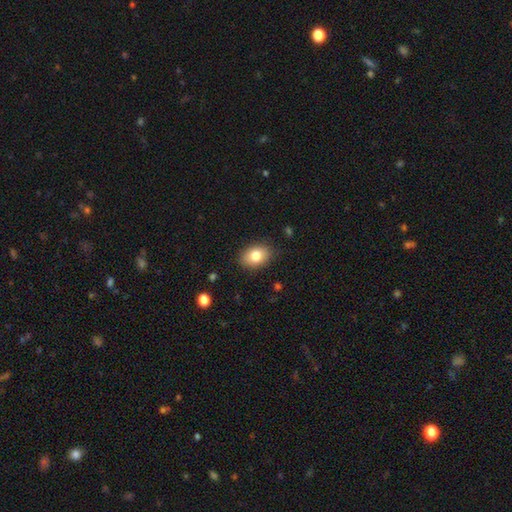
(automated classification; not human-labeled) This is clearly a smooth galaxy (81%). How rounded: likely in between (78%). Merging: clearly none (85%).